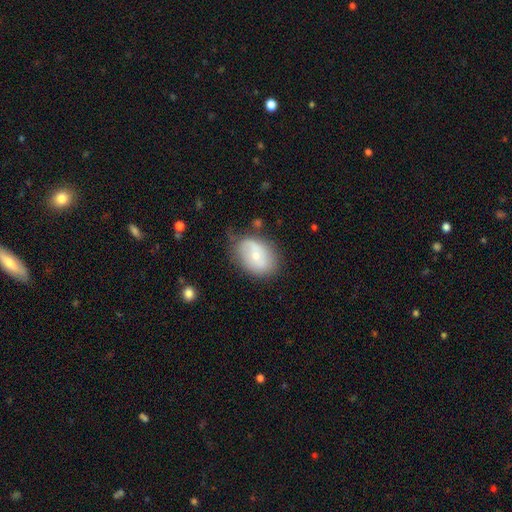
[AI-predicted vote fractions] A smooth galaxy with no disk features (51%) that is in between round and cigar-shaped (75%). Merging: none (62%).